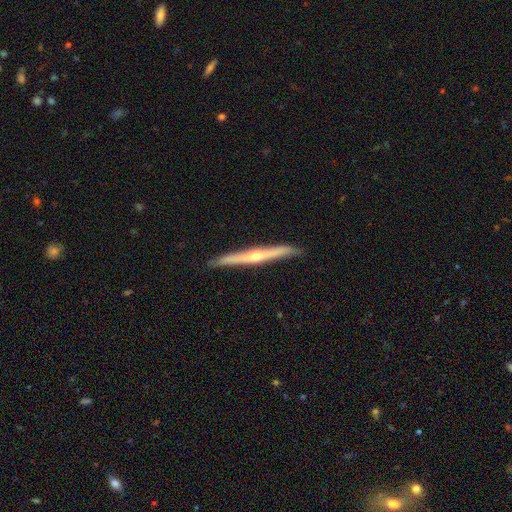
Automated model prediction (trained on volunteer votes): The model was most divided on "smooth or featured": featured or disk: 76%, smooth: 19%, star or artifact: 5%. More confident: edge-on disk — yes (97%); merging — none (90%); edge-on bulge — rounded (85%).